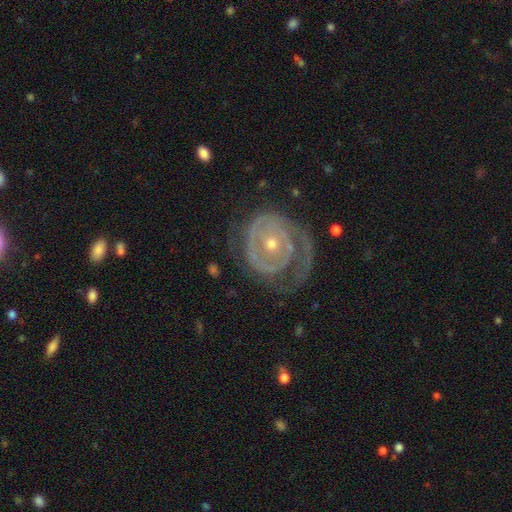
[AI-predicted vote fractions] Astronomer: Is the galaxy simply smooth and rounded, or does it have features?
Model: featured or disk — 86%.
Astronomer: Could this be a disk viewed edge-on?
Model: no — 97%.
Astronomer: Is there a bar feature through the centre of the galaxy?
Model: no — 73%.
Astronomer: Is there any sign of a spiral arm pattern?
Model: yes — 87%.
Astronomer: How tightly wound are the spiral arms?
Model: tight — 73%.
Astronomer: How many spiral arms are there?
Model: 2 — 36% (runner-up: 1, 29%).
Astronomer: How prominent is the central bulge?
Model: small — 54% (runner-up: moderate, 43%).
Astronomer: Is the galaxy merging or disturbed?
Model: none — 59%.